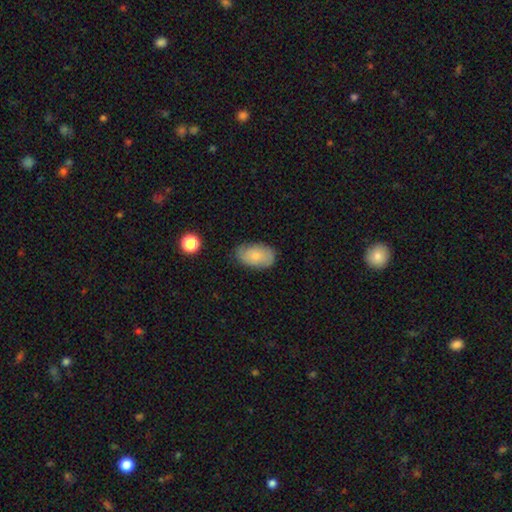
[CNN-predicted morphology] smooth_or_featured: smooth (p=0.71) [alt: featured or disk p=0.22]
how_rounded: in between (p=0.91) [alt: round p=0.08]
merging: none (p=0.71) [alt: minor disturbance p=0.23]